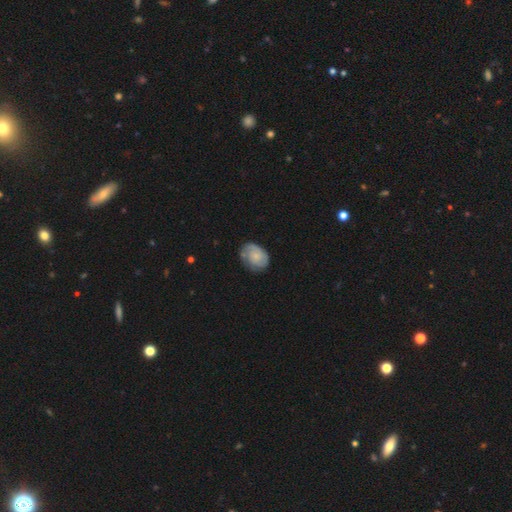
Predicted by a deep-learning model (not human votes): This appears to be a featured or disk galaxy (52%) with no bar (79%), spiral arms (84%) and a small central bulge (60%). Merging: none (64%).